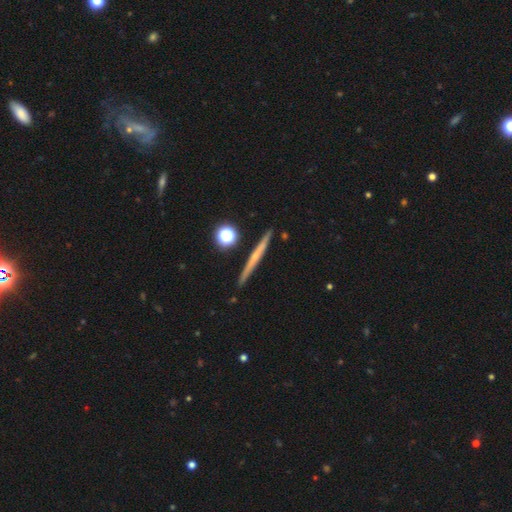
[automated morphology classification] smooth-or-featured: featured or disk: 59% | smooth: 33% | star or artifact: 8%
  disk-edge-on: yes: 97% | no: 3%
    edge-on-bulge: none: 58% | rounded: 37% | boxy: 5%
  merging: none: 90% | minor disturbance: 7% | merger: 2% | major disturbance: 1%